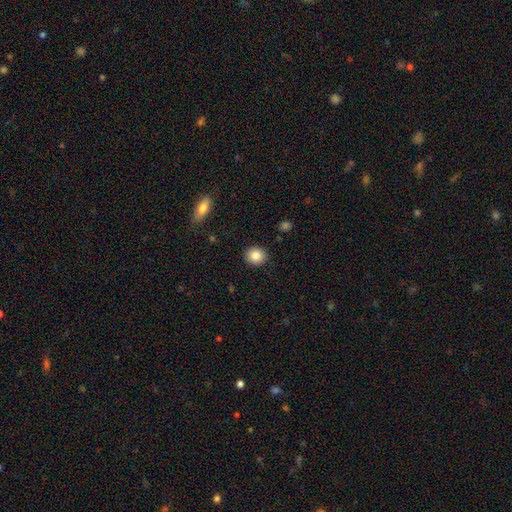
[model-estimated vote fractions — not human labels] smooth-or-featured: smooth: 84% | star or artifact: 9% | featured or disk: 7%
  how-rounded: round: 81% | in between: 18% | cigar-shaped: 1%
  merging: none: 90% | minor disturbance: 7% | major disturbance: 2% | merger: 1%